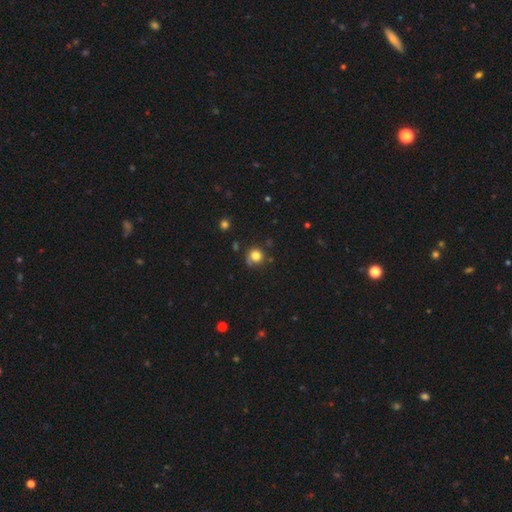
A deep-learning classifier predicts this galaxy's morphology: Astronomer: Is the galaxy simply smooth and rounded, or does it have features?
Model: smooth — 79%.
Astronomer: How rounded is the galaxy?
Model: round — 88%.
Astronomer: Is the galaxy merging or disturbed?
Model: none — 68%.